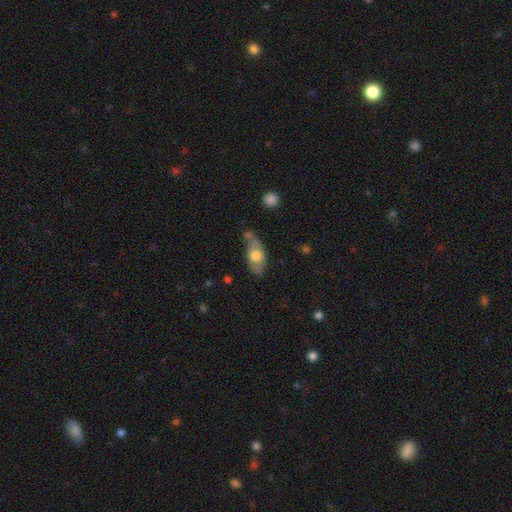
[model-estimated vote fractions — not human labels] Overall: smooth (63%; featured or disk 31%). How rounded: in between (87%). Merging: none (51%; minor disturbance 27%).